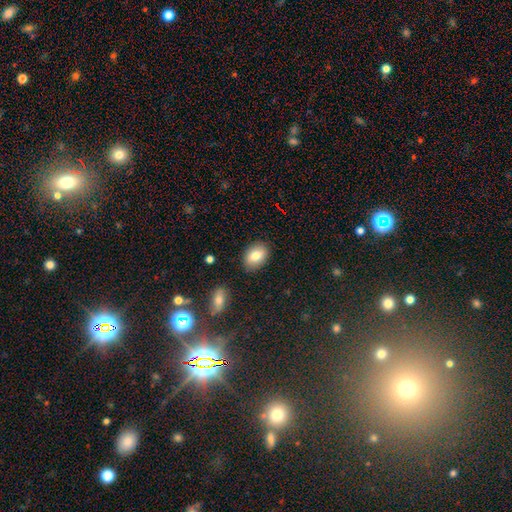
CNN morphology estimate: The model was most divided on "how rounded": in between: 82%, round: 17%, cigar-shaped: 1%. More confident: merging — none (86%); smooth or featured — smooth (81%).